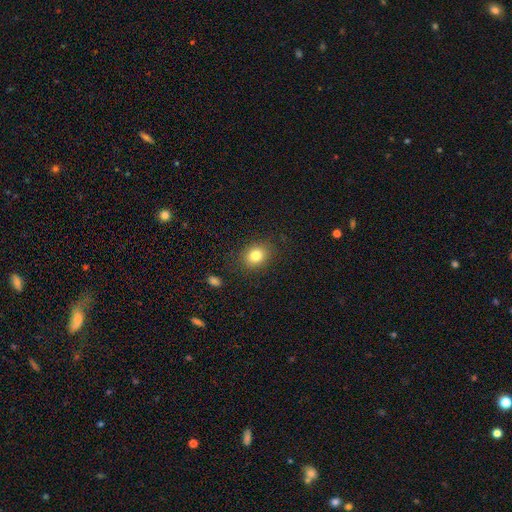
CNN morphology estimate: smooth-or-featured: smooth: 81% | star or artifact: 11% | featured or disk: 8%
  how-rounded: round: 59% | in between: 40% | cigar-shaped: 1%
  merging: none: 86% | minor disturbance: 10% | major disturbance: 3% | merger: 1%